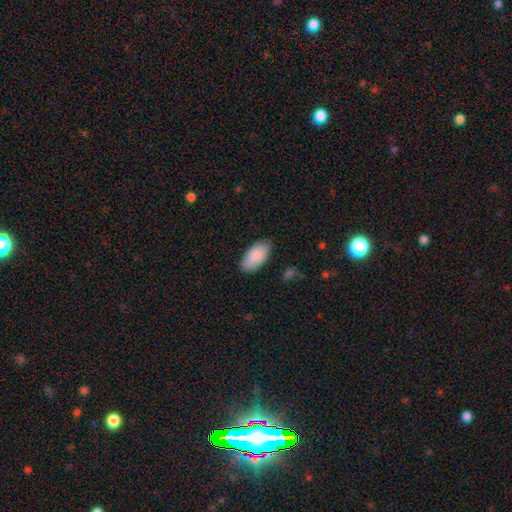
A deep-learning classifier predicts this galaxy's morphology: This is clearly a smooth galaxy (89%). How rounded: clearly in between (94%). Merging: clearly none (84%).